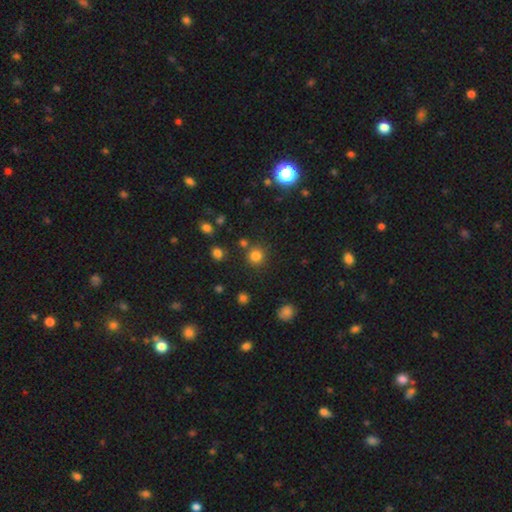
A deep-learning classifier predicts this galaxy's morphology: The model was most divided on "smooth or featured": smooth: 80%, star or artifact: 15%, featured or disk: 5%. More confident: how rounded — round (92%); merging — none (81%).